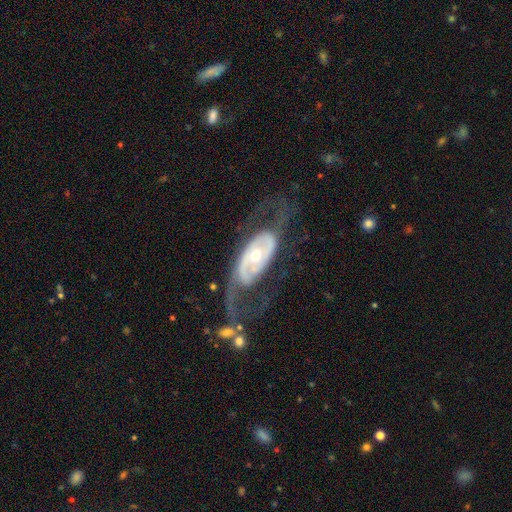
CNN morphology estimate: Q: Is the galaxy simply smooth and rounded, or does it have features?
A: featured or disk — 83%.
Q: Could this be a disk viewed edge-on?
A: no — 91%.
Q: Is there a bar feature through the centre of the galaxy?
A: no — 61%.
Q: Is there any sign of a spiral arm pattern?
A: yes — 77%.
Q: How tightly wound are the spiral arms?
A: medium — 39%.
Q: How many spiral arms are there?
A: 2 — 80%.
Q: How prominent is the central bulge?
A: moderate — 58%.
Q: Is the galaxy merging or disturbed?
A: none — 55%.